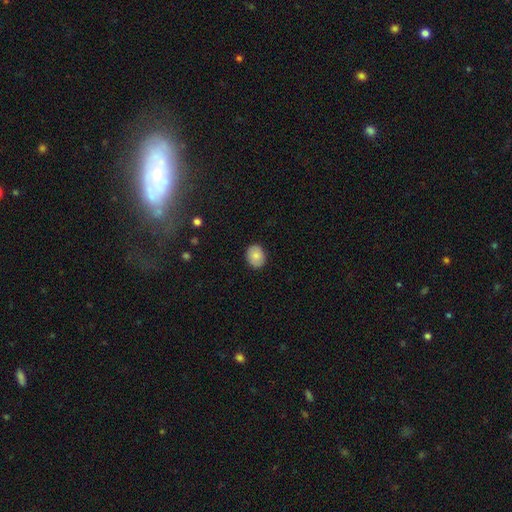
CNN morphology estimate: The model was most divided on "how rounded": round: 50%, in between: 49%, cigar-shaped: 1%. More confident: merging — none (88%); smooth or featured — smooth (82%).